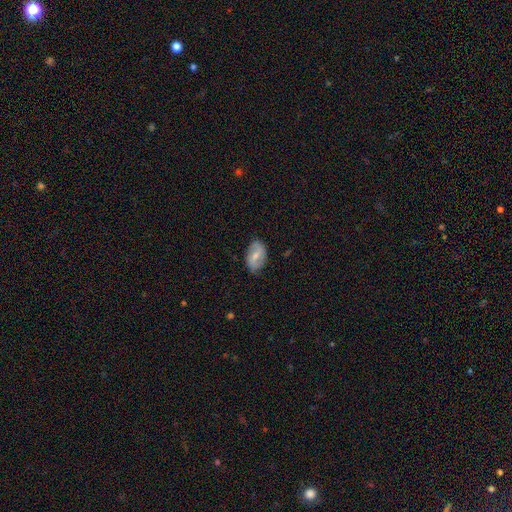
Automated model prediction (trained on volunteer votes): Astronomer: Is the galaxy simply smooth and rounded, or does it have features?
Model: featured or disk — 51% (runner-up: smooth, 43%).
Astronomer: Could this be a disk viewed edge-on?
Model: no — 95%.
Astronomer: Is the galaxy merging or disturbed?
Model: none — 81%.